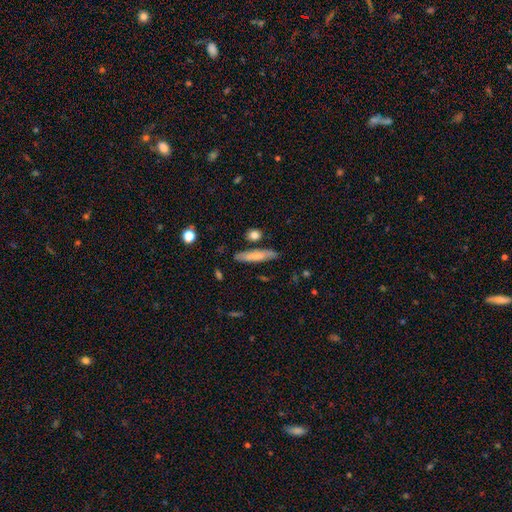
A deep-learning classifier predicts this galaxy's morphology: type=smooth (68%); roundness=cigar-shaped (83%); merging=none (80%).